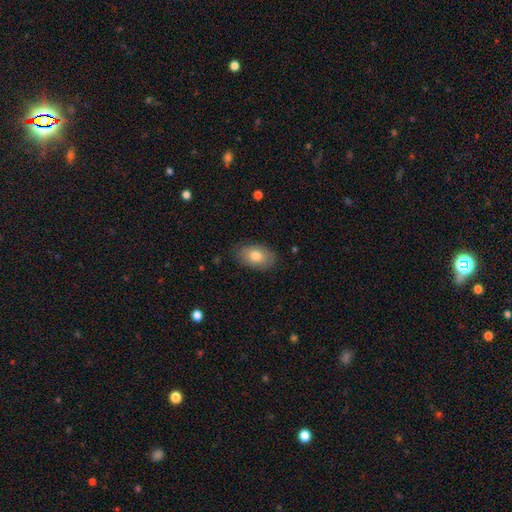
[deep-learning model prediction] Q: Smooth or featured?
A: smooth (78%); runner-up: featured or disk (15%)
Q: How rounded?
A: in between (89%); runner-up: round (9%)
Q: Merging?
A: none (80%); runner-up: minor disturbance (16%)